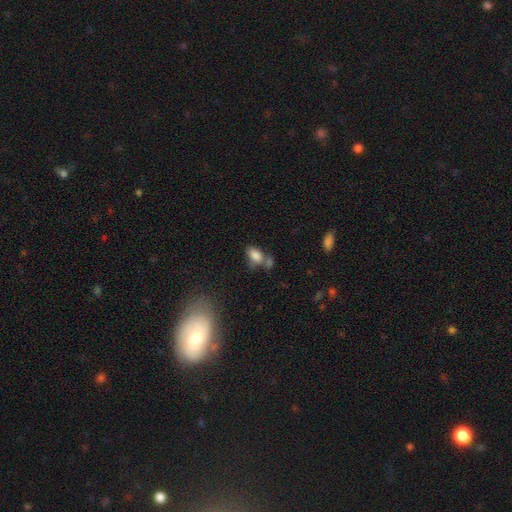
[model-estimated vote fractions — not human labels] Morphology: type=smooth (81%); roundness=in between (87%); merging=none (40%).